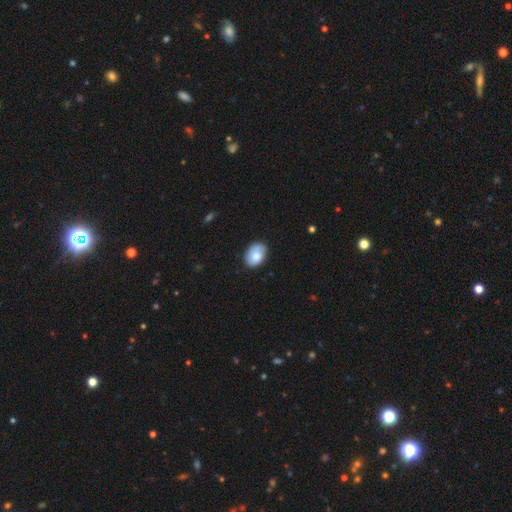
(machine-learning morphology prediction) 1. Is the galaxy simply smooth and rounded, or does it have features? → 76% smooth, 17% featured or disk, 7% star or artifact.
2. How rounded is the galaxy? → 80% in between, 19% round, 1% cigar-shaped.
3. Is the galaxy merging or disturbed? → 76% none, 19% minor disturbance, 3% major disturbance, 1% merger.